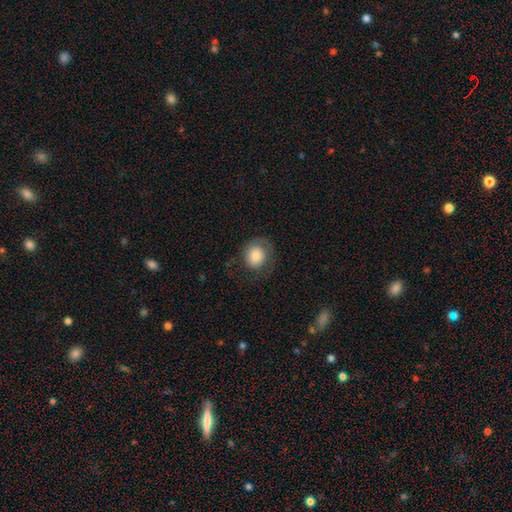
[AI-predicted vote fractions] smooth 78%, featured or disk 15%, star or artifact 7%. Down the decision tree: how rounded — round (64%); merging — none (63%).